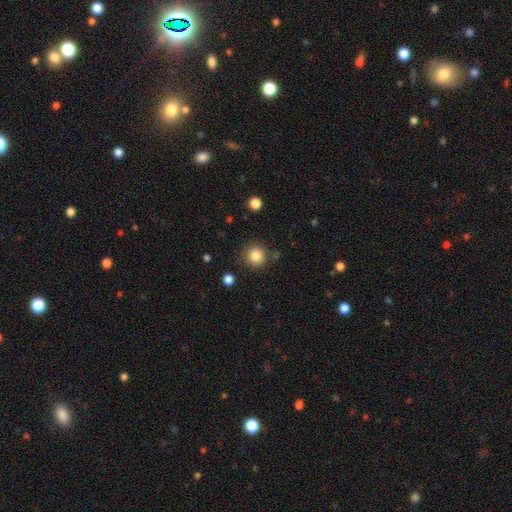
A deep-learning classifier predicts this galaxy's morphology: Smooth or featured: smooth — 85% (star or artifact — 11%)
How rounded: round — 94% (in between — 5%)
Merging: none — 85% (minor disturbance — 8%)